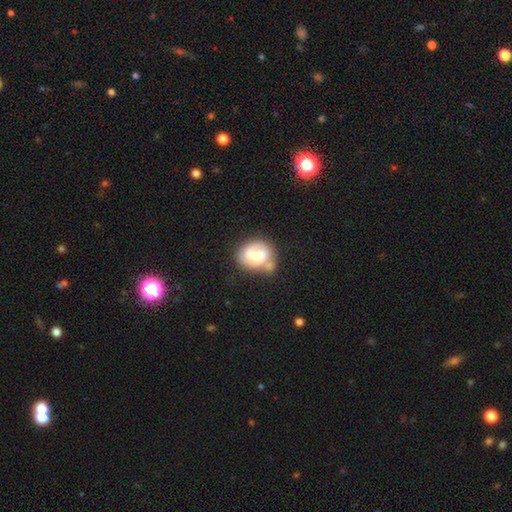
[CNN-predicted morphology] This is possibly a smooth galaxy (56%). How rounded: possibly round (52%). Merging: marginally none (39%).